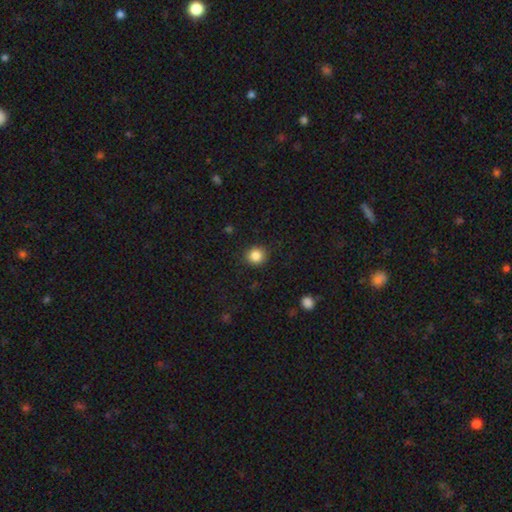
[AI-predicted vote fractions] smooth-or-featured: smooth: 85% | star or artifact: 10% | featured or disk: 4%
  how-rounded: round: 88% | in between: 11% | cigar-shaped: 1%
  merging: none: 90% | minor disturbance: 6% | major disturbance: 2% | merger: 1%